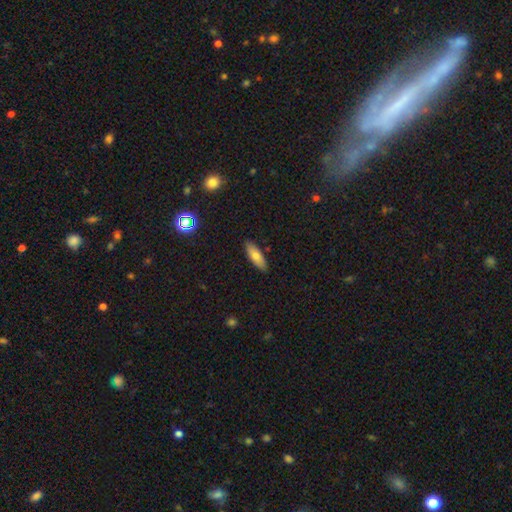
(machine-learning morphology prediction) smooth 72%, featured or disk 21%, star or artifact 8%. Down the decision tree: how rounded — in between (58%); merging — none (89%).